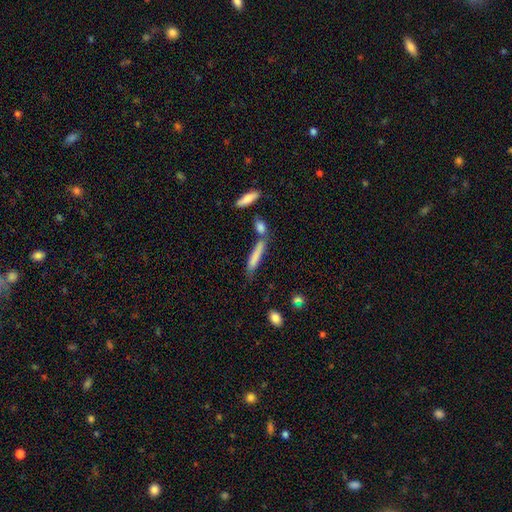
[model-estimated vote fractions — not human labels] A smooth galaxy with no disk features (74%) that is cigar-shaped (87%). Merging: none (55%).